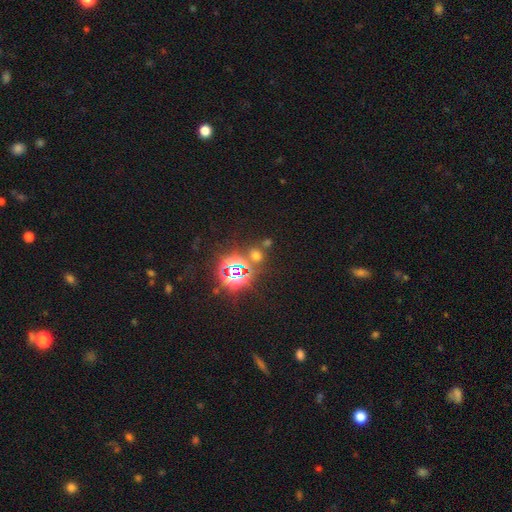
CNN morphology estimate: A star or artifact, not a galaxy (52%).